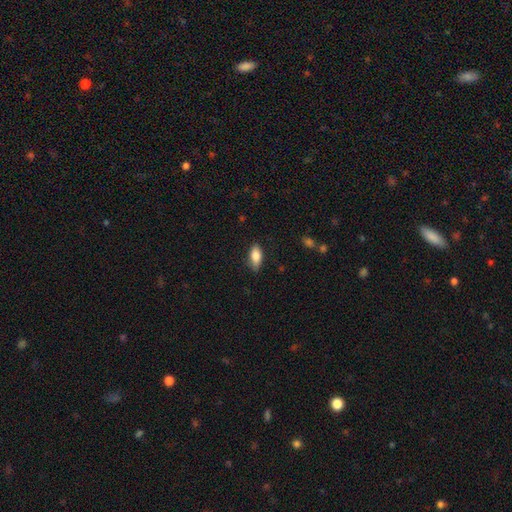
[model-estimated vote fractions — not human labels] Smooth or featured: smooth — 82% (featured or disk — 11%)
How rounded: in between — 86% (cigar-shaped — 11%)
Merging: none — 80% (minor disturbance — 16%)